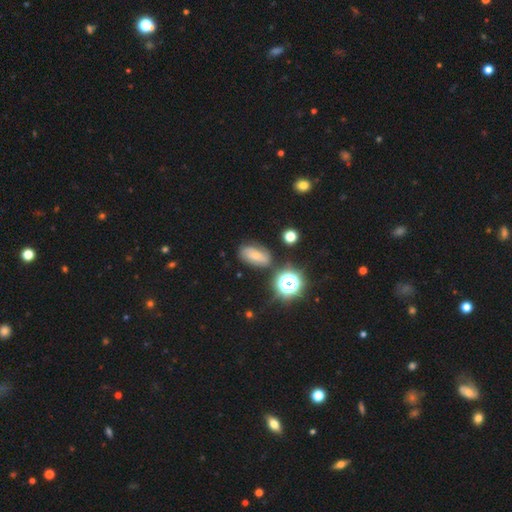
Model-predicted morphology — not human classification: Q: Smooth or featured?
A: smooth (50%); runner-up: featured or disk (29%)
Q: How rounded?
A: in between (81%); runner-up: round (14%)
Q: Merging?
A: none (68%); runner-up: minor disturbance (20%)